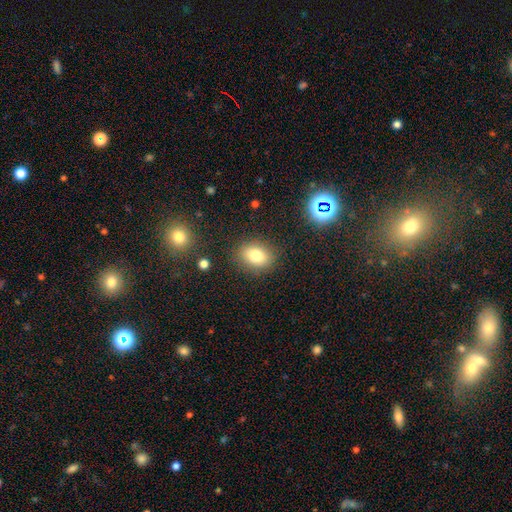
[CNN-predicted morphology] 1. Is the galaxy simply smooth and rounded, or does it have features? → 78% smooth, 12% star or artifact, 10% featured or disk.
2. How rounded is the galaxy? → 61% in between, 37% round, 1% cigar-shaped.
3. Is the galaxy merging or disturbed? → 84% none, 10% minor disturbance, 3% major disturbance, 2% merger.